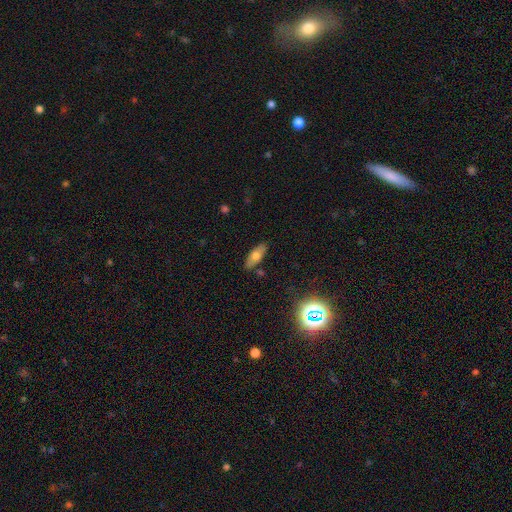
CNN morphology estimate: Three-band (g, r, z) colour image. It shows a smooth galaxy with no disk features (65%) that is in between round and cigar-shaped (75%). Merging: none (83%).